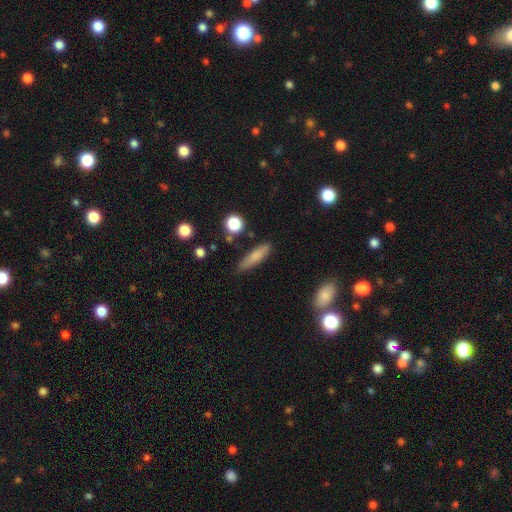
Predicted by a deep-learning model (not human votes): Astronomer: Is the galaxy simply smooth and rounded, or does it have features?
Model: smooth — 77%.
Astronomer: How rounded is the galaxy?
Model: cigar-shaped — 71%.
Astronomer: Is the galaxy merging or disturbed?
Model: none — 79%.